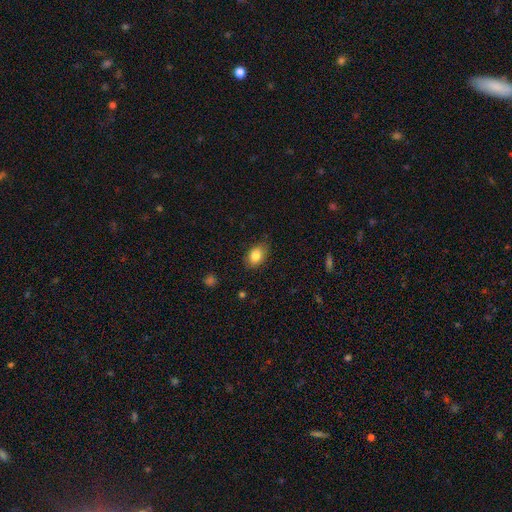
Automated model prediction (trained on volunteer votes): Smooth or featured? smooth (82%)
How rounded? in between (80%)
Merging? none (81%)